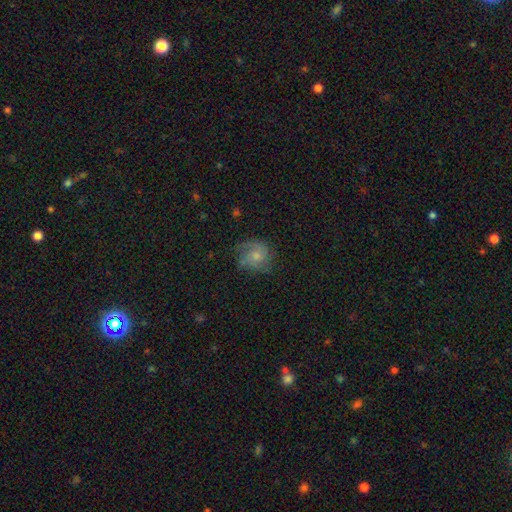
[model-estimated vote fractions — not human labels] A smooth galaxy with no disk features (48%).

Vote fractions:
- Smooth or featured? smooth: 48% / featured or disk: 43% / star or artifact: 9%
- Merging? none: 60% / minor disturbance: 25% / major disturbance: 13% / merger: 2%